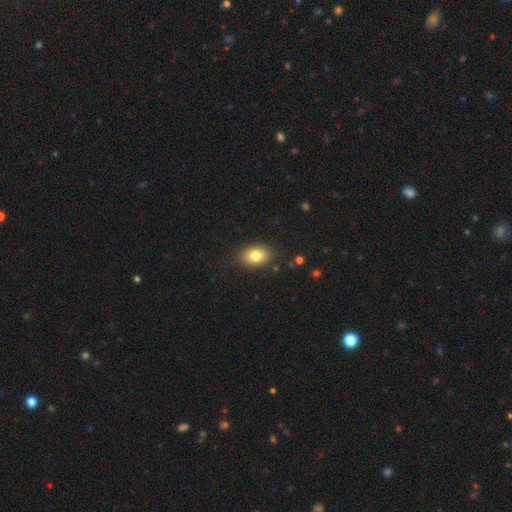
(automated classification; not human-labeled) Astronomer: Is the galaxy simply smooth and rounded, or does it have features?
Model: smooth — 82%.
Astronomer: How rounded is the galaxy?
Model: in between — 81%.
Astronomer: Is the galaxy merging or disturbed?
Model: none — 86%.